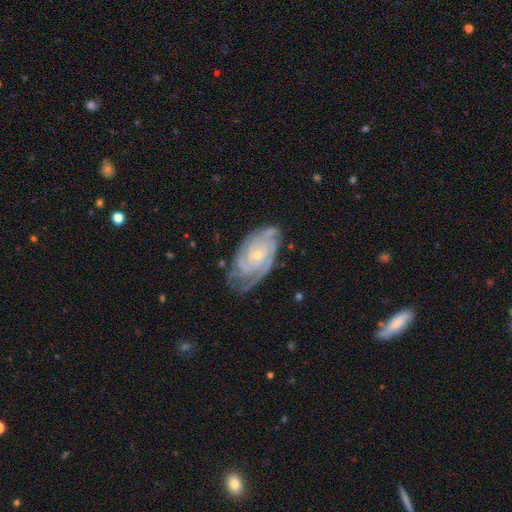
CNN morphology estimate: The model was most divided on "spiral arm count": 3: 32%, 4: 21%, 2: 20%, can't tell: 16%, more than 4: 6%, 1: 5%. More confident: spiral arms — yes (98%); edge-on disk — no (96%); smooth or featured — featured or disk (89%); spiral winding — tight (75%); bulge size — small (73%); bar — no (72%); merging — none (70%).